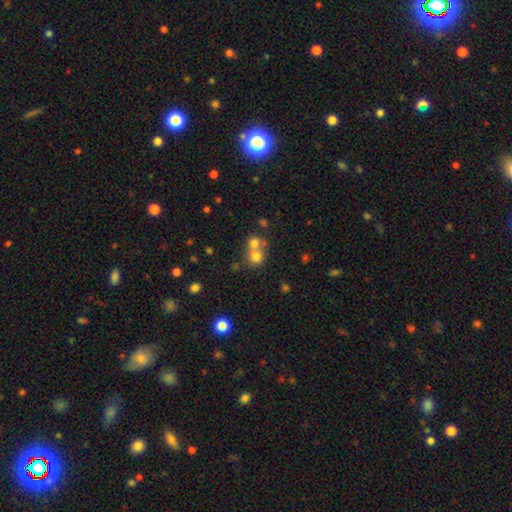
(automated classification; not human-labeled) The model was most divided on "merging": merger: 58%, none: 34%, minor disturbance: 6%, major disturbance: 3%. More confident: how rounded — round (79%); smooth or featured — smooth (73%).